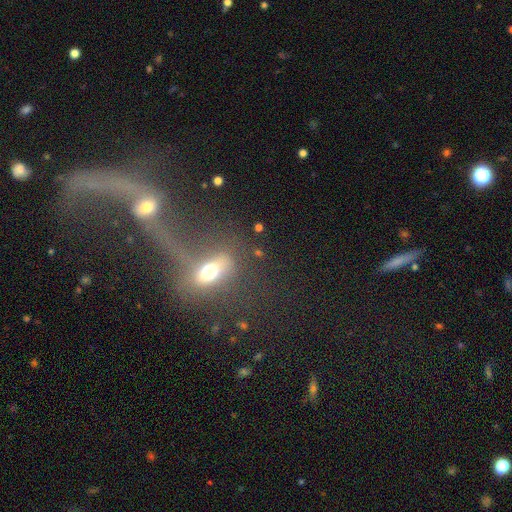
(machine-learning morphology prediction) smooth-or-featured: featured or disk: 43% | smooth: 35% | star or artifact: 22%
  merging: merger: 67% | major disturbance: 15% | none: 11% | minor disturbance: 6%